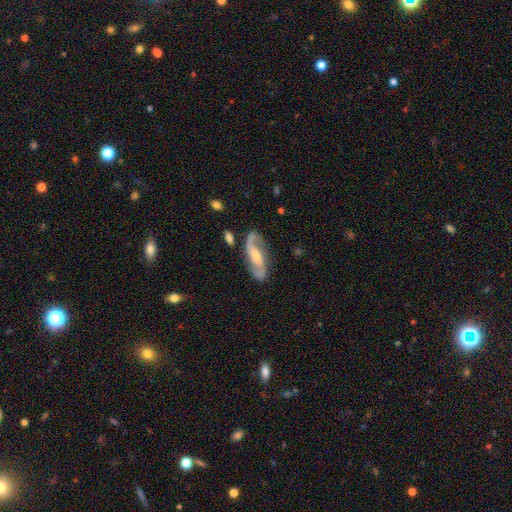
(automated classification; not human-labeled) smooth-or-featured: featured or disk: 87% | smooth: 8% | star or artifact: 5%
  disk-edge-on: no: 94% | yes: 6%
    bar: no: 39% | weak: 37% | strong: 24%
    has-spiral-arms: yes: 96% | no: 4%
      spiral-winding: medium: 49% | loose: 31% | tight: 20%
      spiral-arm-count: 2: 92% | can't tell: 3% | 1: 2% | 3: 1% | 4: 1% | more than 4: 1%
    bulge-size: moderate: 52% | small: 37% | large: 5% | none: 4% | dominant: 1%
  merging: none: 82% | minor disturbance: 12% | major disturbance: 4% | merger: 2%